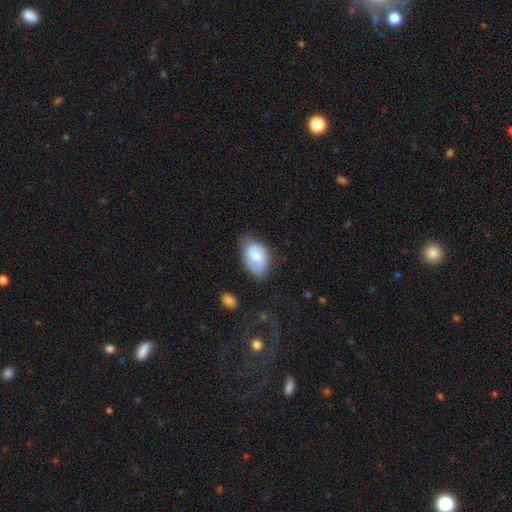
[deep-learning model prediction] Smooth or featured: smooth — 64% (featured or disk — 30%)
How rounded: in between — 90% (round — 9%)
Merging: none — 63% (minor disturbance — 27%)